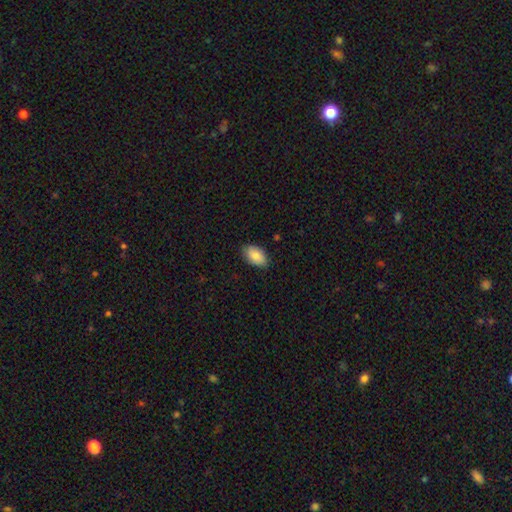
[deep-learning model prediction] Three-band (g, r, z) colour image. It shows a smooth galaxy with no disk features (87%) that is in between round and cigar-shaped (94%). Merging: none (85%).